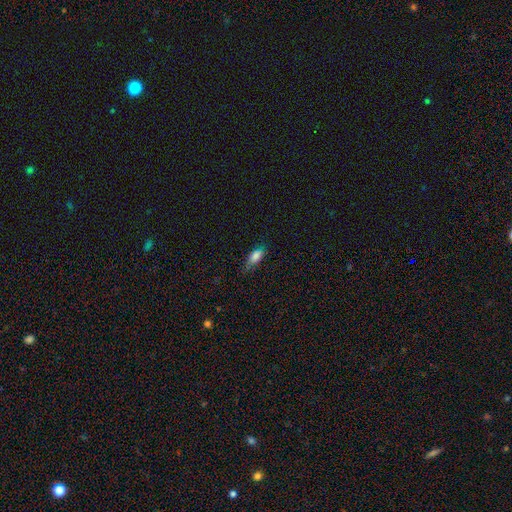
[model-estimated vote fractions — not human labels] A smooth galaxy with no disk features (80%) that is in between round and cigar-shaped (80%). Merging: none (63%).